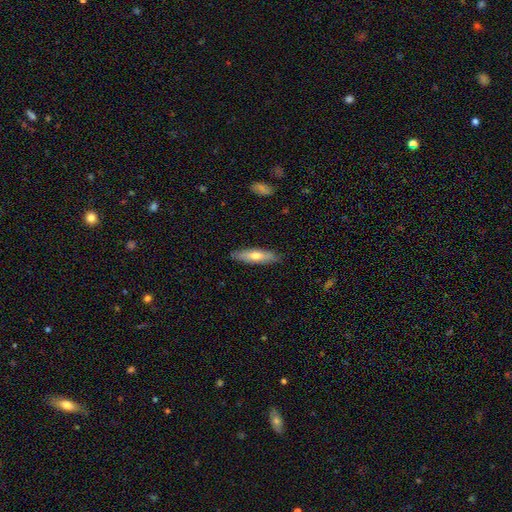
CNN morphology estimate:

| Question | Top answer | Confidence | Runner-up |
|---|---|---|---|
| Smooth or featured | smooth | 58% | featured or disk (36%) |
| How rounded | cigar-shaped | 71% | in between (28%) |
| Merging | none | 88% | minor disturbance (9%) |